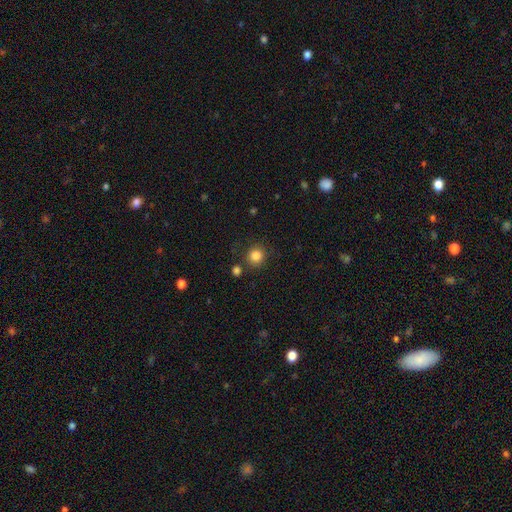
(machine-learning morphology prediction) A smooth galaxy with no disk features (84%) that is round (92%). Merging: none (83%).